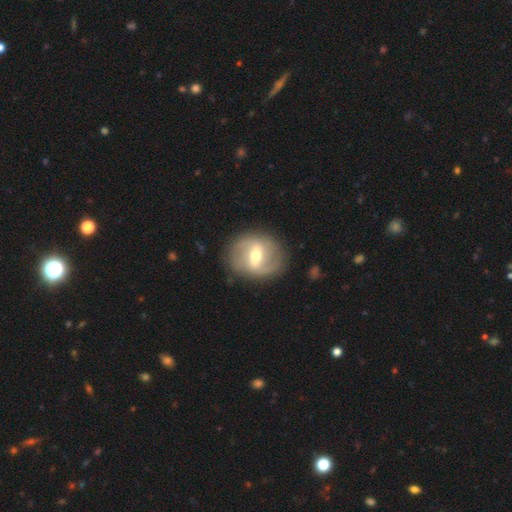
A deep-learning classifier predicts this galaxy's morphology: featured or disk 75%, smooth 19%, star or artifact 6%. Down the decision tree: edge-on disk — no (95%); bar — strong (49%); spiral arms — yes (72%); spiral arm count — 2 (81%); spiral winding — medium (39%, tied with loose); bulge size — moderate (70%); merging — none (81%).